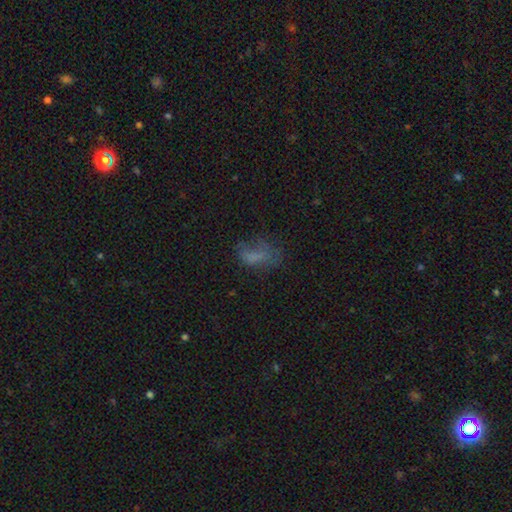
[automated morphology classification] Smooth or featured? smooth (59%)
How rounded? in between (83%)
Merging? none (39%)